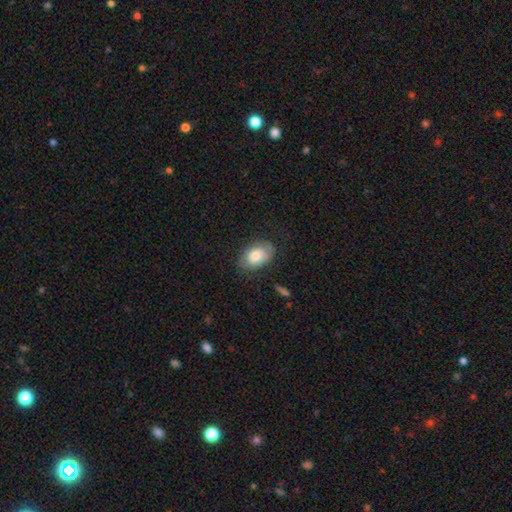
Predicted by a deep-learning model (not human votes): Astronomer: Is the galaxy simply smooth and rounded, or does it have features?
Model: smooth — 72%.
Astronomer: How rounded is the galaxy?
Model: in between — 86%.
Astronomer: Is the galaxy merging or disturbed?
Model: none — 70%.